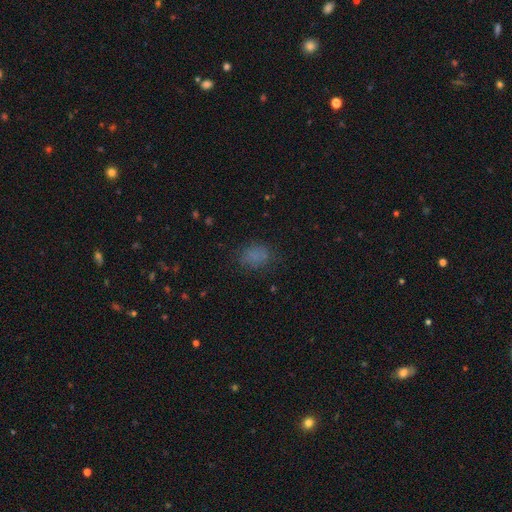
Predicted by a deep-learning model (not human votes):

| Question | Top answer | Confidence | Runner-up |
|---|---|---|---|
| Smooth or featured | smooth | 77% | star or artifact (15%) |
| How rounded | in between | 69% | round (29%) |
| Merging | none | 75% | minor disturbance (16%) |